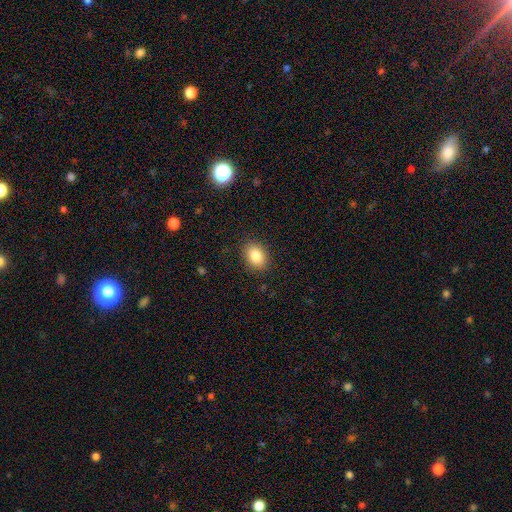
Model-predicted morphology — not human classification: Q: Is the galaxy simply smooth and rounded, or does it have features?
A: smooth — 85%.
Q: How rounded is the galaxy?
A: in between — 69%.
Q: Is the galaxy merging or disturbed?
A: none — 88%.